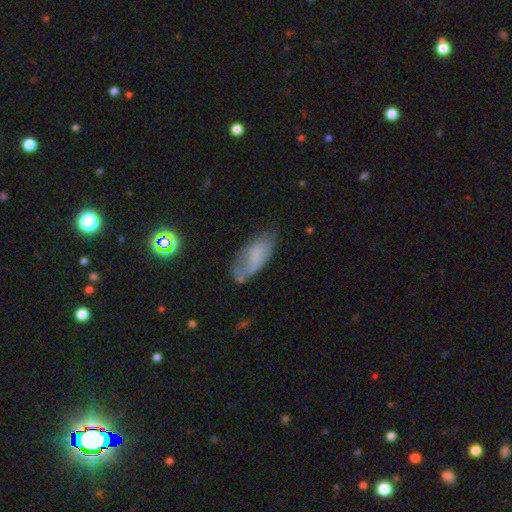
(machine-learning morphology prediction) The model was most divided on "merging": none: 53%, minor disturbance: 31%, major disturbance: 13%, merger: 4%. More confident: how rounded — in between (85%); smooth or featured — smooth (57%).